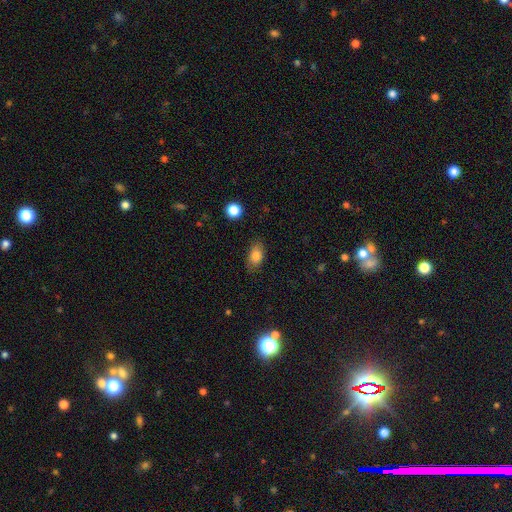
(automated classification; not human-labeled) smooth_or_featured: smooth (p=0.83) [alt: star or artifact p=0.09]
how_rounded: in between (p=0.85) [alt: round p=0.11]
merging: none (p=0.79) [alt: minor disturbance p=0.15]